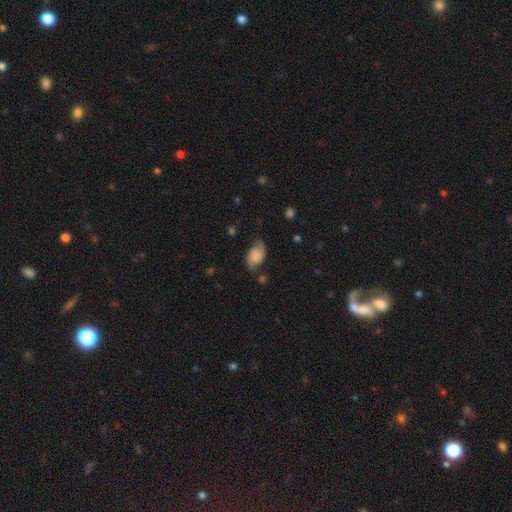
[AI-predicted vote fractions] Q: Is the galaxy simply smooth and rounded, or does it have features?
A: smooth — 60%.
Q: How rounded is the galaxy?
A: in between — 89%.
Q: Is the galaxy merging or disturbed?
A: none — 51%.